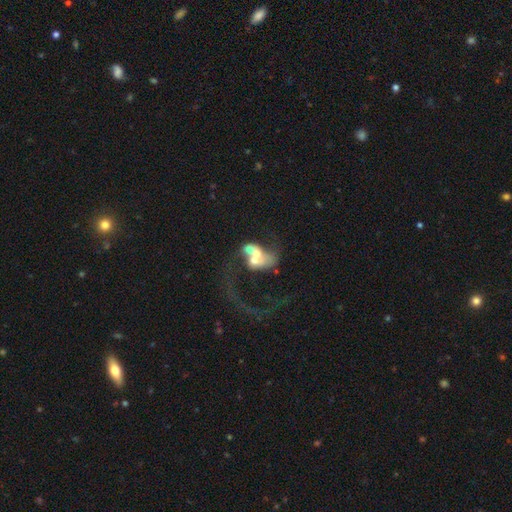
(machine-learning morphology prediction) Smooth or featured? featured or disk (59%)
Edge-on disk? no (95%)
Bar? no (71%)
Spiral arms? no (50%, tied with yes)
Bulge size? moderate (49%)
Merging? merger (67%)